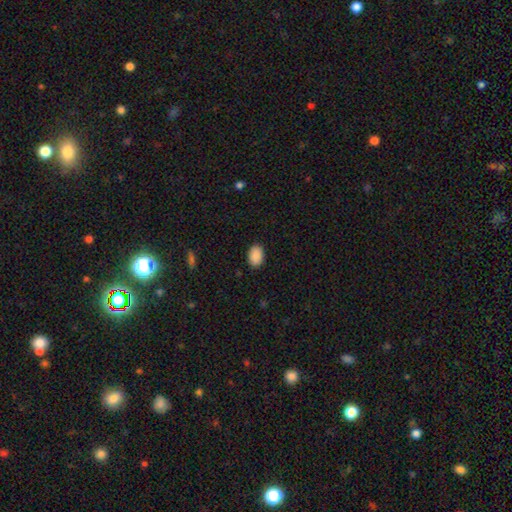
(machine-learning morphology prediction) A smooth galaxy with no disk features (90%) that is in between round and cigar-shaped (85%).

Vote fractions:
- Smooth or featured? smooth: 90% / star or artifact: 7% / featured or disk: 3%
- How rounded? in between: 85% / round: 14% / cigar-shaped: 1%
- Merging? none: 89% / minor disturbance: 8% / major disturbance: 2% / merger: 1%